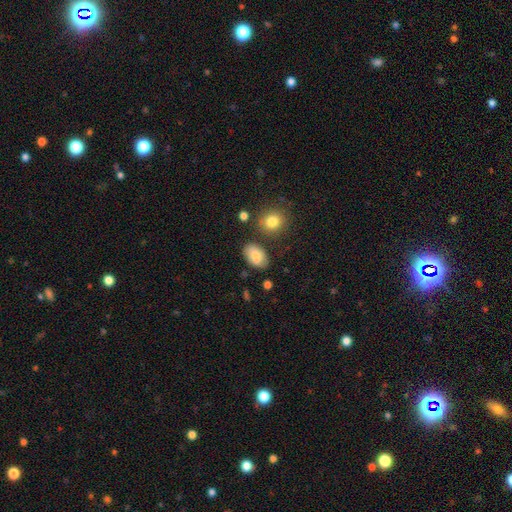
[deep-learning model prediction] Smooth or featured? smooth (79%)
How rounded? in between (90%)
Merging? none (71%)